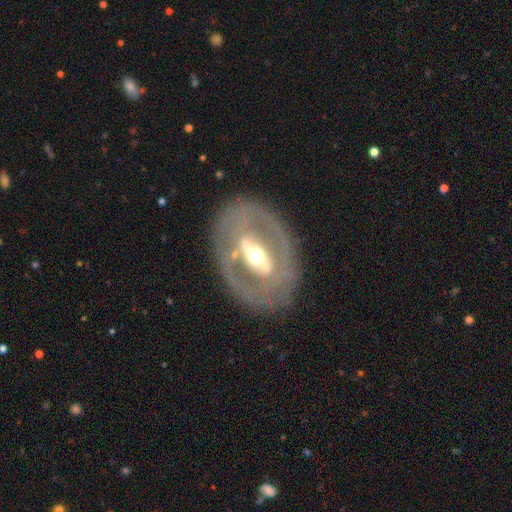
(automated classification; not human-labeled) Smooth or featured? featured or disk (77%)
Edge-on disk? no (88%)
Bar? strong (59%)
Spiral arms? no (70%)
Bulge size? moderate (66%)
Merging? none (76%)